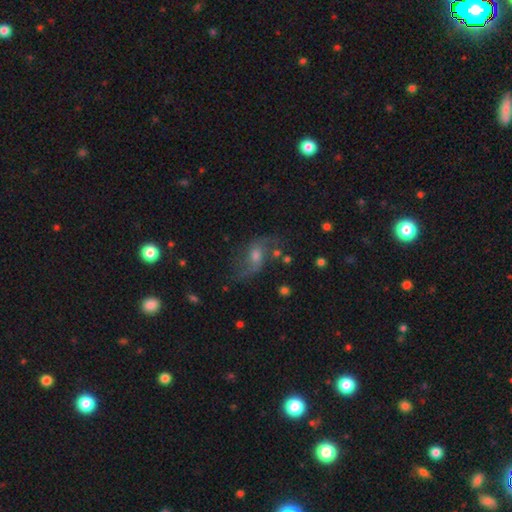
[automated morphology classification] A featured or disk galaxy (66%) with no bar (54%), 2 (86%) loose (71%) spiral arms (88%) and a moderate central bulge (54%). Merging: none (67%).